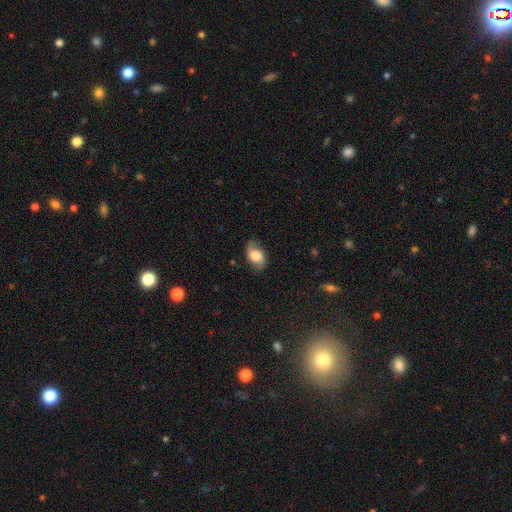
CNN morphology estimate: smooth_or_featured: smooth (p=0.61) [alt: featured or disk p=0.31]
how_rounded: in between (p=0.86) [alt: round p=0.12]
merging: none (p=0.72) [alt: minor disturbance p=0.20]